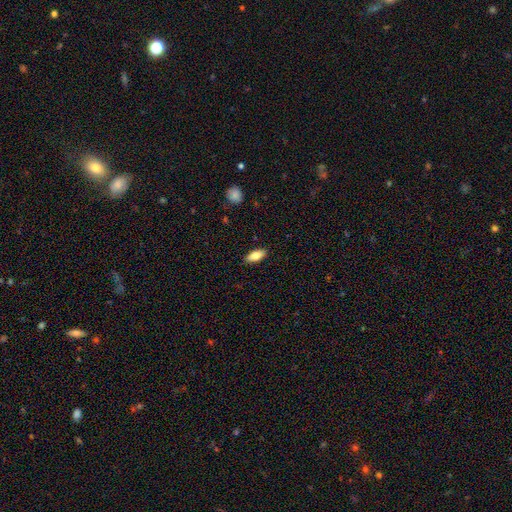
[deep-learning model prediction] smooth-or-featured: smooth: 82% | featured or disk: 11% | star or artifact: 7%
  how-rounded: in between: 87% | cigar-shaped: 11% | round: 2%
  merging: none: 88% | minor disturbance: 9% | major disturbance: 2% | merger: 1%